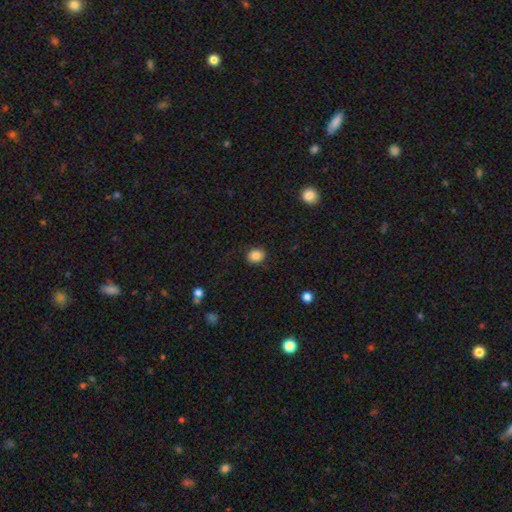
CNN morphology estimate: Smooth or featured? smooth (86%)
How rounded? round (65%)
Merging? none (86%)